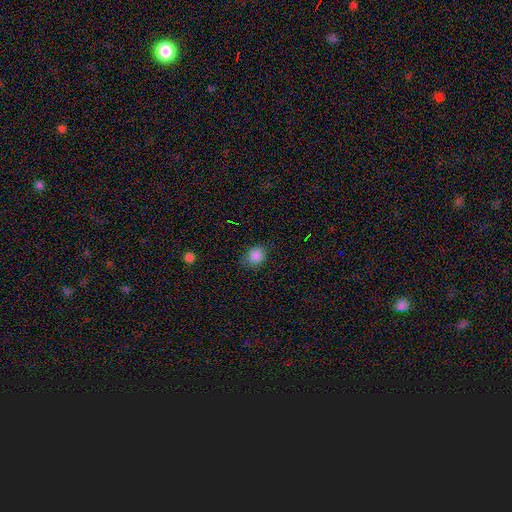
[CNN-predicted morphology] This is clearly a smooth galaxy (85%). How rounded: likely round (71%). Merging: likely none (79%).